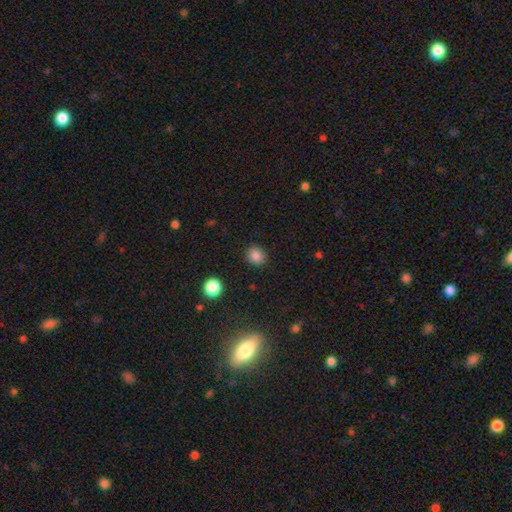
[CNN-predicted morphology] Q: Smooth or featured?
A: smooth (84%); runner-up: star or artifact (11%)
Q: How rounded?
A: round (75%); runner-up: in between (25%)
Q: Merging?
A: none (89%); runner-up: minor disturbance (8%)